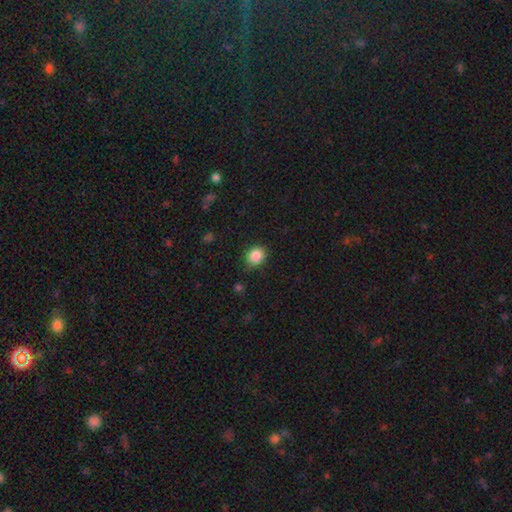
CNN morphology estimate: A smooth galaxy with no disk features (86%) that is round (68%). Merging: none (81%).